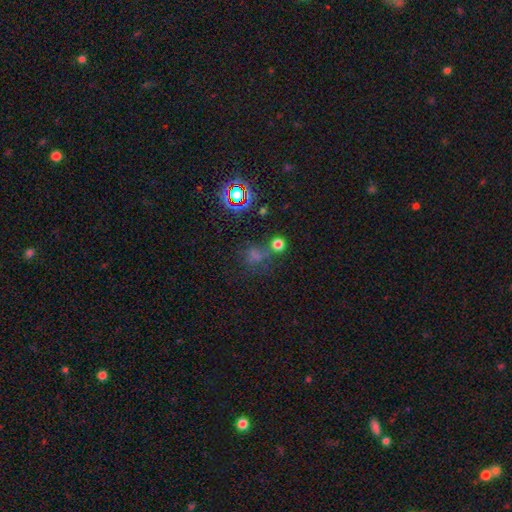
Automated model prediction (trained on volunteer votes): Smooth or featured: smooth — 51% (star or artifact — 38%)
How rounded: round — 75% (in between — 23%)
Merging: none — 55% (minor disturbance — 16%)